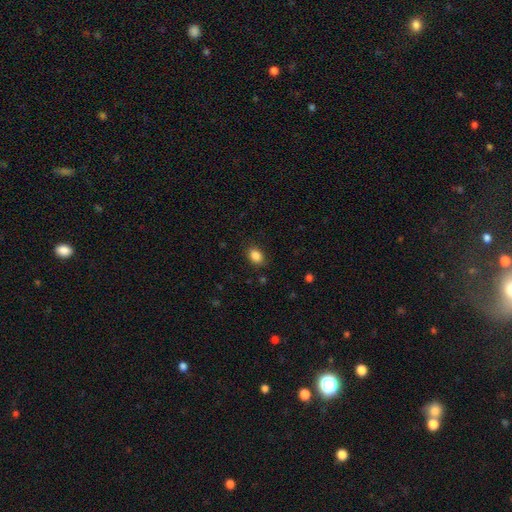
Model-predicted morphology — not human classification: smooth-or-featured: smooth: 87% | star or artifact: 9% | featured or disk: 4%
  how-rounded: in between: 73% | round: 26% | cigar-shaped: 1%
  merging: none: 85% | minor disturbance: 11% | major disturbance: 3% | merger: 1%